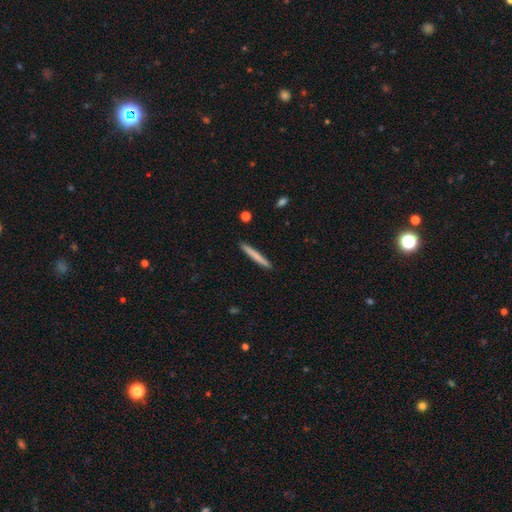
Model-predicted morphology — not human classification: Smooth or featured? smooth (73%)
How rounded? cigar-shaped (97%)
Merging? none (92%)